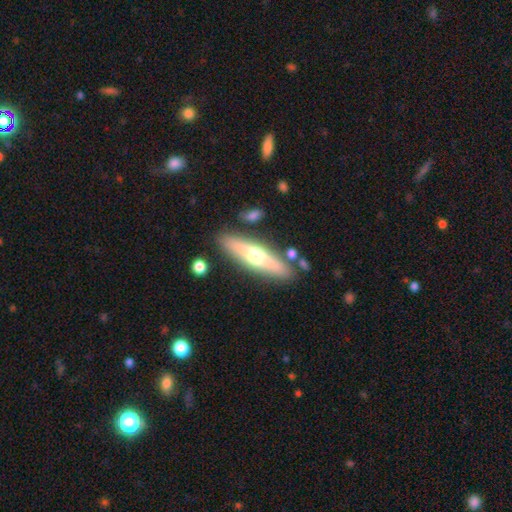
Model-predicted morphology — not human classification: Smooth or featured?
  - featured or disk: 50% *
  - smooth: 44%
  - star or artifact: 6%
Merging?
  - none: 84% *
  - minor disturbance: 10%
  - merger: 4%
  - major disturbance: 3%